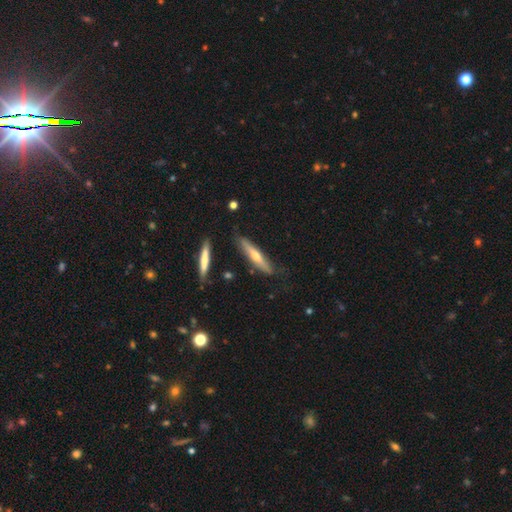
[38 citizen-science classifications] This appears to be a featured or disk galaxy (66%) viewed edge-on (92%) with a rounded central bulge (91%). Merging: none (84%).